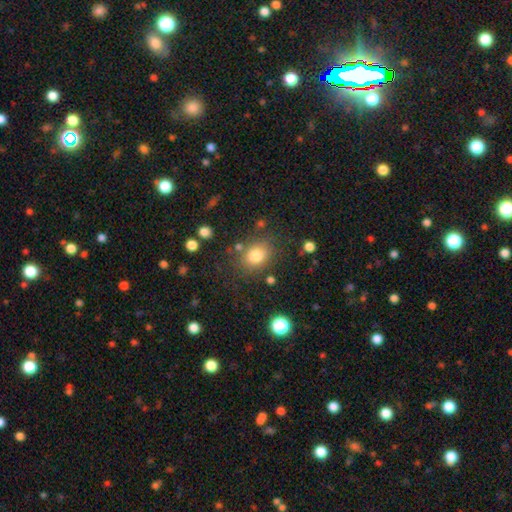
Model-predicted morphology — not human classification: smooth 80%, star or artifact 12%, featured or disk 9%. Down the decision tree: how rounded — round (57%); merging — none (76%).